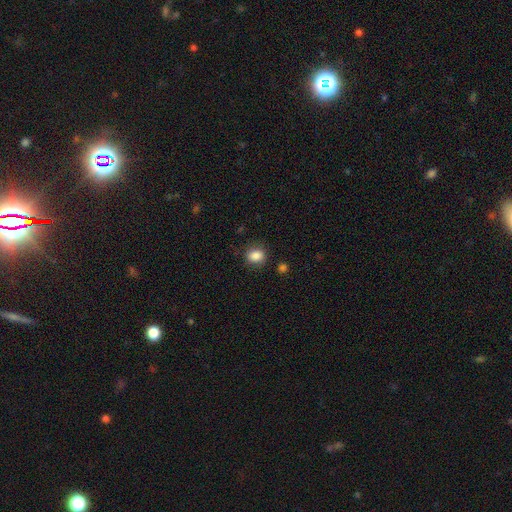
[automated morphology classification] Overall: smooth (85%). How rounded: round (56%; in between 43%). Merging: none (82%).